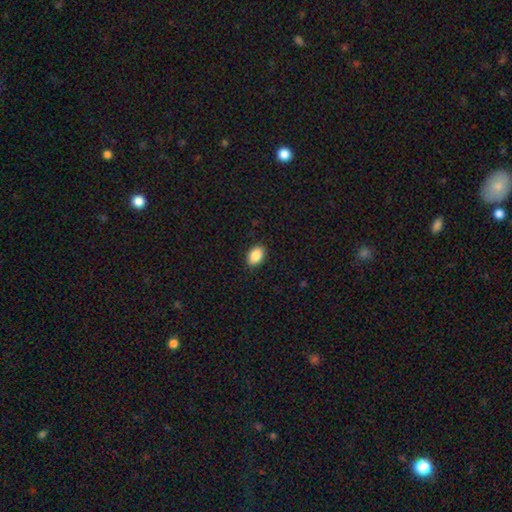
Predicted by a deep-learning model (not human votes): This is clearly a smooth galaxy (88%). How rounded: clearly in between (85%). Merging: clearly none (89%).